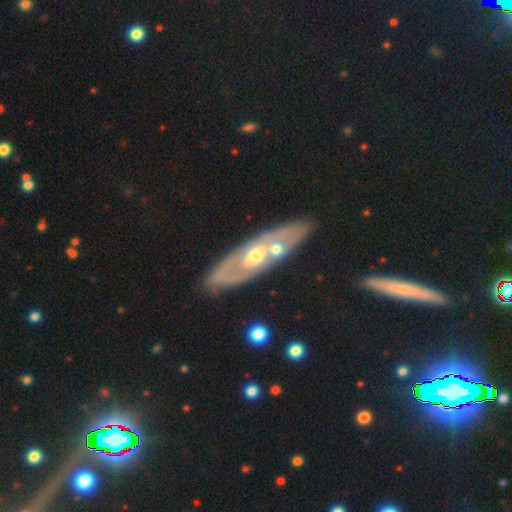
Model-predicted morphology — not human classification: This is likely a featured or disk galaxy (75%). It is likely not viewed edge-on (76%). Bar: likely no (75%). Spiral arm pattern: likely no (64%). Central bulge: likely moderate (69%). Merging: likely none (74%).